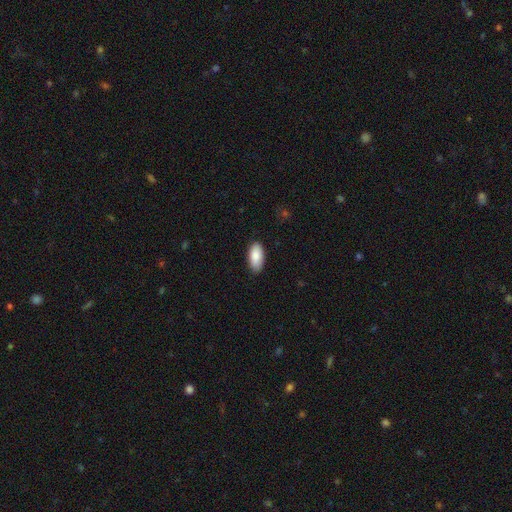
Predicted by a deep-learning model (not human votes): Overall: smooth (87%). How rounded: in between (94%). Merging: none (86%).